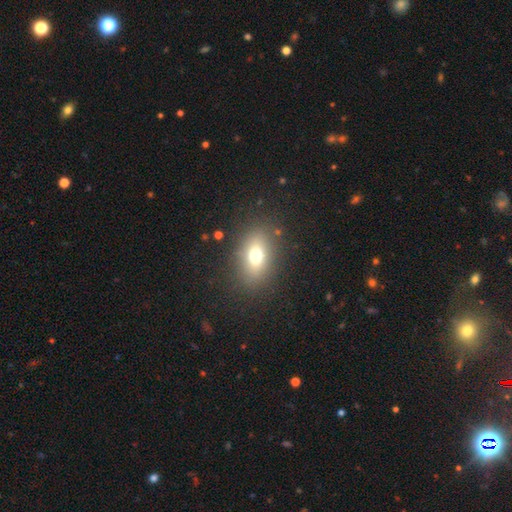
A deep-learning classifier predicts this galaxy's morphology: A smooth galaxy with no disk features (70%) that is in between round and cigar-shaped (75%).

Vote fractions:
- Smooth or featured? smooth: 70% / featured or disk: 16% / star or artifact: 14%
- How rounded? in between: 75% / round: 21% / cigar-shaped: 3%
- Merging? none: 84% / minor disturbance: 10% / major disturbance: 5% / merger: 2%